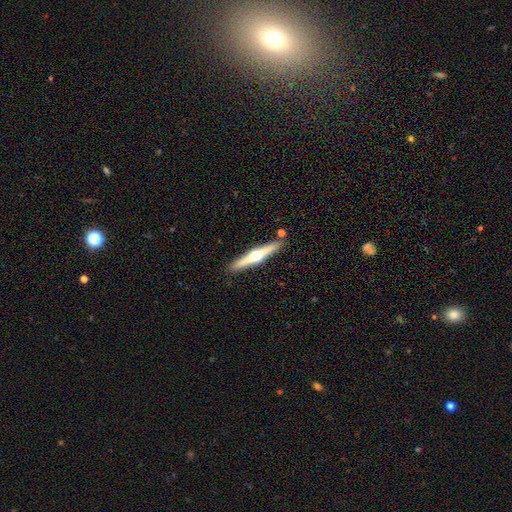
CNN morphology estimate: Overall: featured or disk (70%). Edge-on disk: yes (98%). Edge-on bulge: rounded (95%). Merging: none (88%).